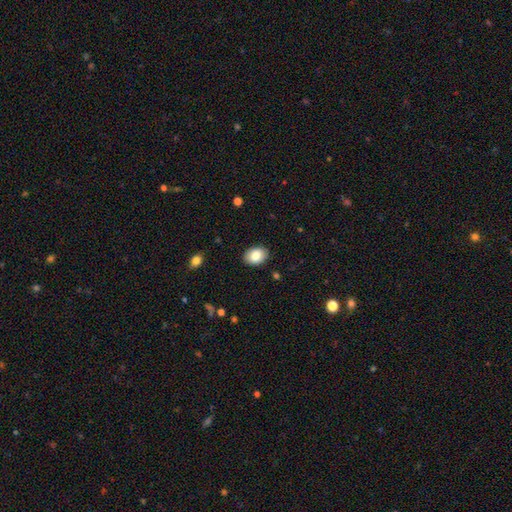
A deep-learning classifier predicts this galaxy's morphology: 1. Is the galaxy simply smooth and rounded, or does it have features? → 84% smooth, 9% featured or disk, 7% star or artifact.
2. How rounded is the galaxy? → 78% in between, 21% round, 1% cigar-shaped.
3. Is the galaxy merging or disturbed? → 88% none, 9% minor disturbance, 2% major disturbance, 1% merger.